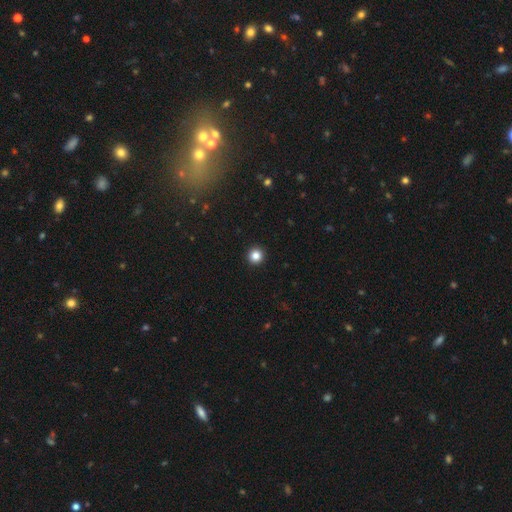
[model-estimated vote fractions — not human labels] Smooth or featured? smooth (84%)
How rounded? round (96%)
Merging? none (94%)